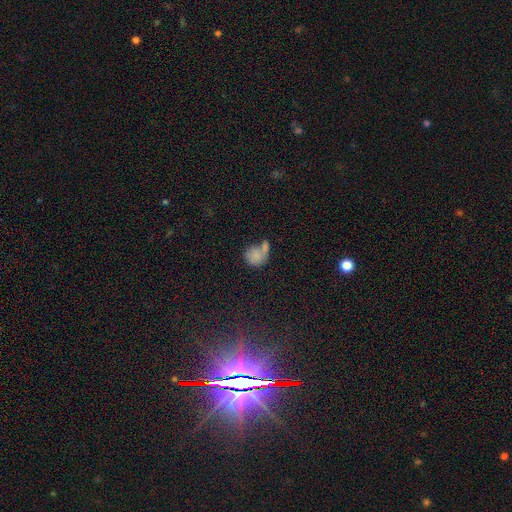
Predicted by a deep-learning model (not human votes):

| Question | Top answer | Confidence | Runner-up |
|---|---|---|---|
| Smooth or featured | smooth | 74% | featured or disk (16%) |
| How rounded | round | 73% | in between (26%) |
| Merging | merger | 41% | none (31%) |